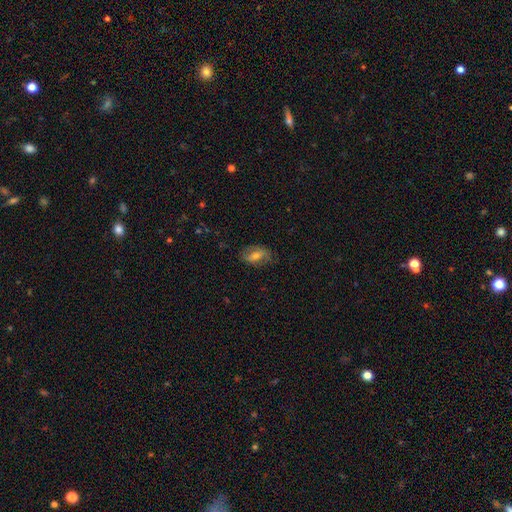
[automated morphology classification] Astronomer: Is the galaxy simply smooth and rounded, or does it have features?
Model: featured or disk — 46%, tied with smooth at 46%.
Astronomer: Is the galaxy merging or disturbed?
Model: none — 73%.